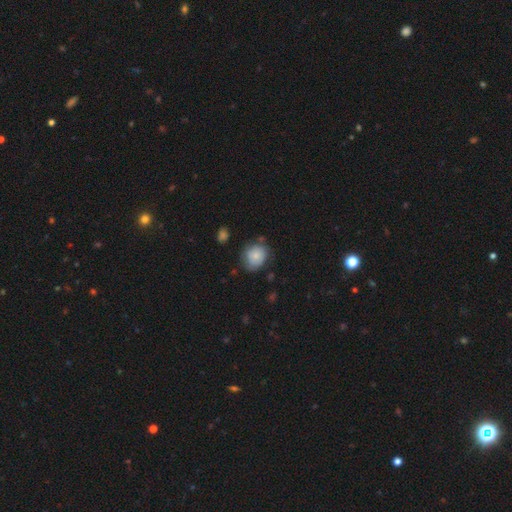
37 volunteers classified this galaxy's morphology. A smooth galaxy with no disk features (78%) that is round (76%).

Vote fractions:
- Smooth or featured? smooth: 78% / featured or disk: 19% / star or artifact: 3%
- How rounded? round: 76% / in between: 24% / cigar-shaped: 0%
- Merging? none: 58% / minor disturbance: 31% / major disturbance: 8% / merger: 3%